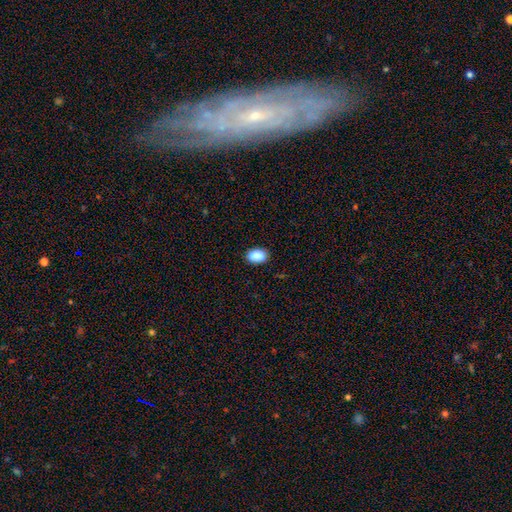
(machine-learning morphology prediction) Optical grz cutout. It shows a smooth galaxy with no disk features (88%) that is in between round and cigar-shaped (87%). Merging: none (87%).